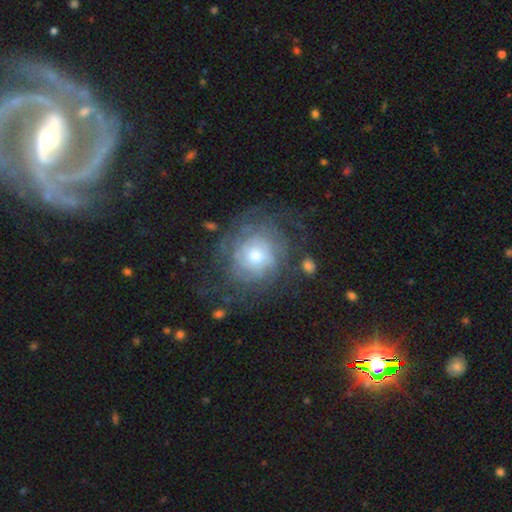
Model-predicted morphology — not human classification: smooth-or-featured: featured or disk: 74% | smooth: 18% | star or artifact: 8%
  disk-edge-on: no: 97% | yes: 3%
    bar: no: 79% | weak: 18% | strong: 3%
    has-spiral-arms: yes: 83% | no: 17%
      spiral-winding: tight: 66% | medium: 23% | loose: 11%
      spiral-arm-count: can't tell: 59% | 2: 9% | 4: 9% | 3: 9% | more than 4: 8% | 1: 5%
    bulge-size: moderate: 60% | small: 20% | large: 17% | none: 2% | dominant: 2%
  merging: none: 65% | minor disturbance: 17% | major disturbance: 15% | merger: 2%